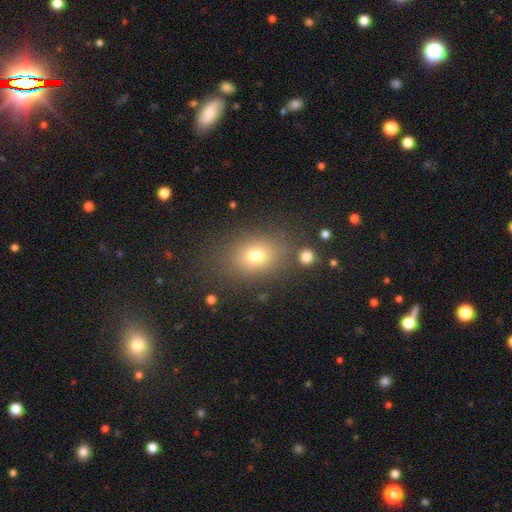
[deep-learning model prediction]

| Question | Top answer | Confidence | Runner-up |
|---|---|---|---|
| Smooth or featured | smooth | 73% | star or artifact (16%) |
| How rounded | in between | 56% | round (43%) |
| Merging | none | 79% | minor disturbance (12%) |